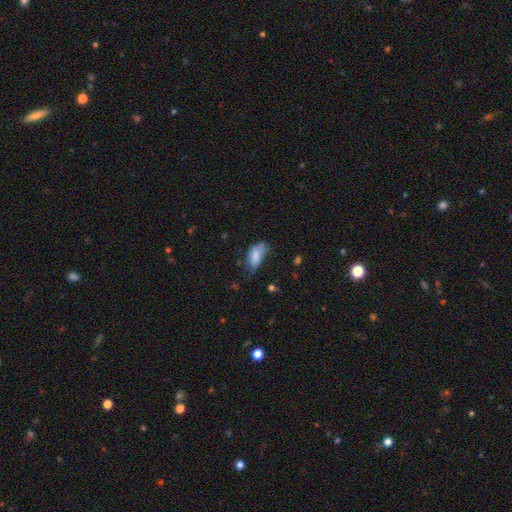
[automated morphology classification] This is likely a smooth galaxy (77%). How rounded: clearly in between (89%). Merging: marginally minor disturbance (39%).